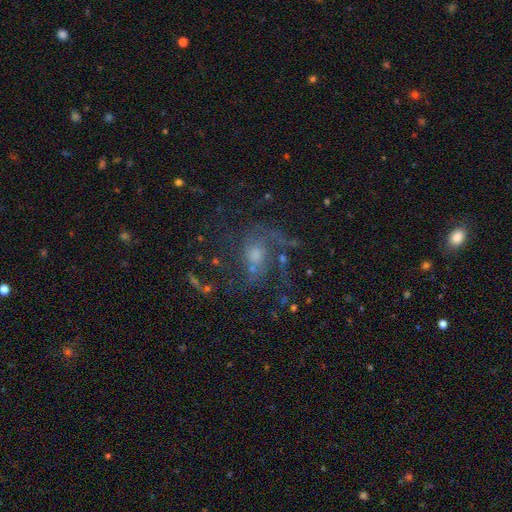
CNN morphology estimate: A featured or disk galaxy (74%) with no bar (66%), 2 (41%) medium (46%) spiral arms (88%) and a moderate central bulge (49%).

Vote fractions:
- Smooth or featured? featured or disk: 74% / star or artifact: 13% / smooth: 13%
- Edge-on disk? no: 97% / yes: 3%
- Bar? no: 66% / weak: 28% / strong: 6%
- Spiral arms? yes: 88% / no: 12%
- Spiral winding? medium: 46% / loose: 39% / tight: 16%
- Spiral arm count? 2: 41% / can't tell: 19% / 3: 19% / 1: 10% / 4: 6% / more than 4: 5%
- Bulge size? moderate: 49% / small: 36% / large: 7% / none: 7% / dominant: 2%
- Merging? none: 53% / major disturbance: 26% / minor disturbance: 16% / merger: 5%